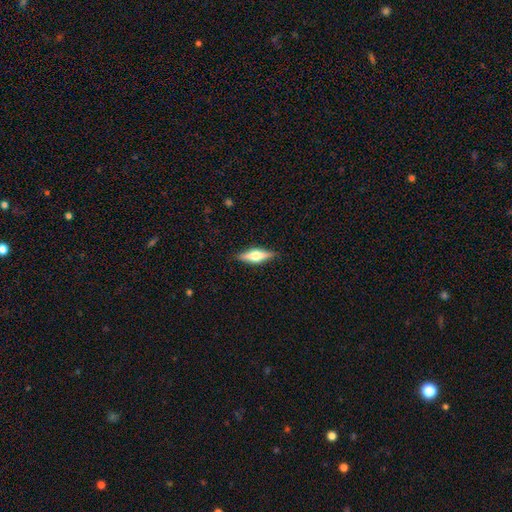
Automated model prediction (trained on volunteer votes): A featured or disk galaxy (59%) viewed edge-on (96%) with a rounded central bulge (92%). Merging: none (89%).